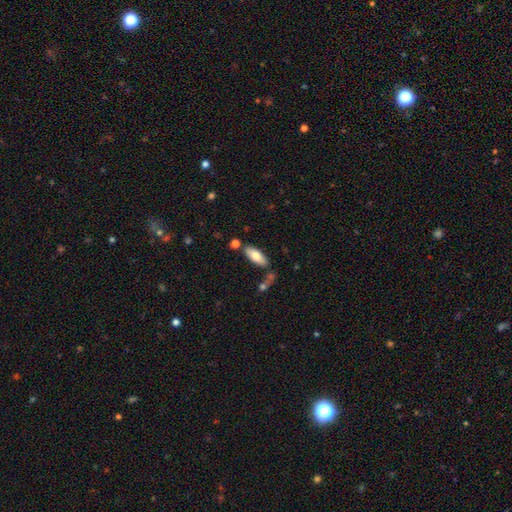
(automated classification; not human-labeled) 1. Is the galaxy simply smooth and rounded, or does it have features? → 72% smooth, 23% featured or disk, 6% star or artifact.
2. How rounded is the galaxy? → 77% in between, 21% cigar-shaped, 2% round.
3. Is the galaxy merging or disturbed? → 72% none, 14% minor disturbance, 10% merger, 4% major disturbance.